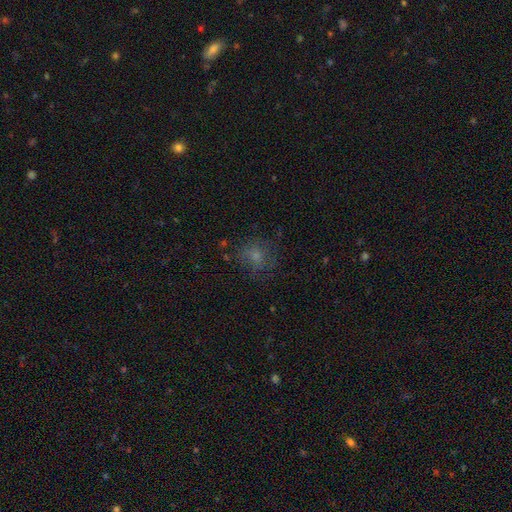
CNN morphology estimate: This appears to be a smooth galaxy with no disk features (65%) that is round (81%). Merging: none (70%).